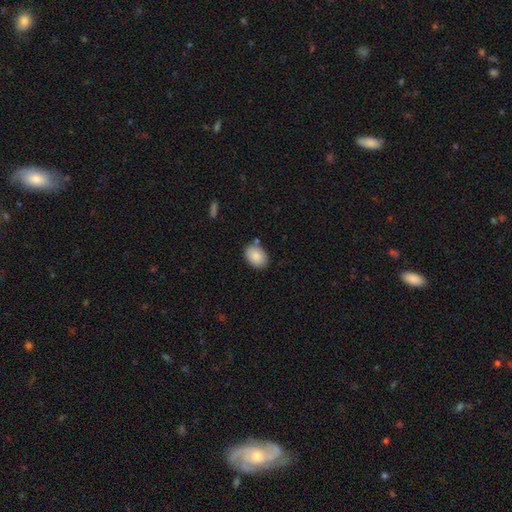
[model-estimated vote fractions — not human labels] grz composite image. It shows a smooth galaxy with no disk features (87%) that is in between round and cigar-shaped (81%). Merging: none (81%).